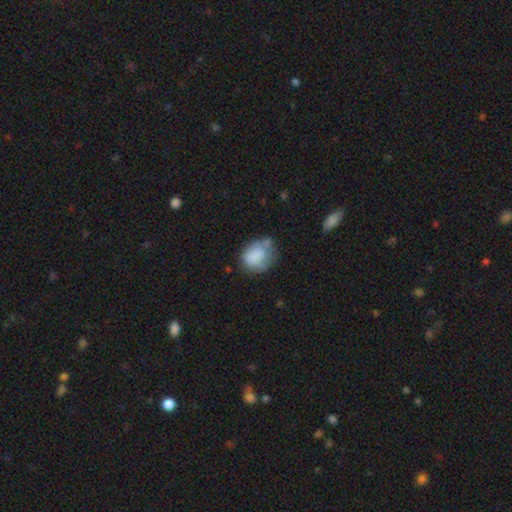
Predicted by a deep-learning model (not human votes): A smooth galaxy with no disk features (75%) that is in between round and cigar-shaped (51%). Merging: none (41%).